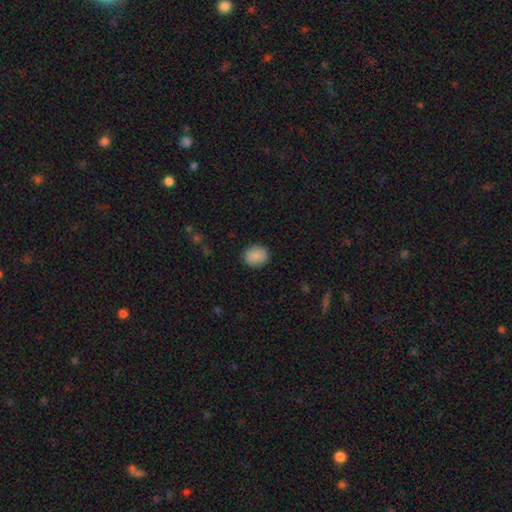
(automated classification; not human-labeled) Q: Smooth or featured?
A: smooth (87%); runner-up: star or artifact (8%)
Q: How rounded?
A: round (71%); runner-up: in between (28%)
Q: Merging?
A: none (88%); runner-up: minor disturbance (9%)